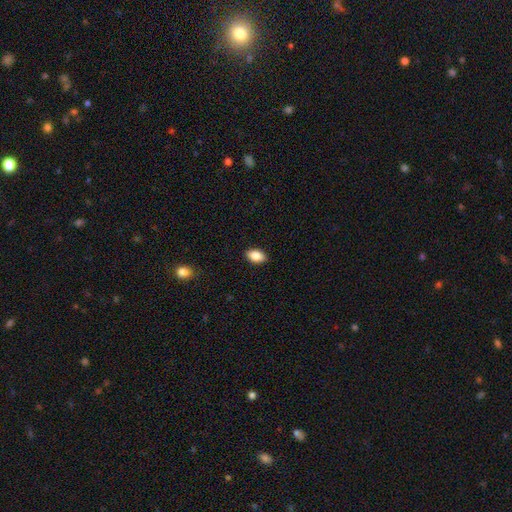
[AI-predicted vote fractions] Overall: smooth (87%). How rounded: in between (89%). Merging: none (88%).